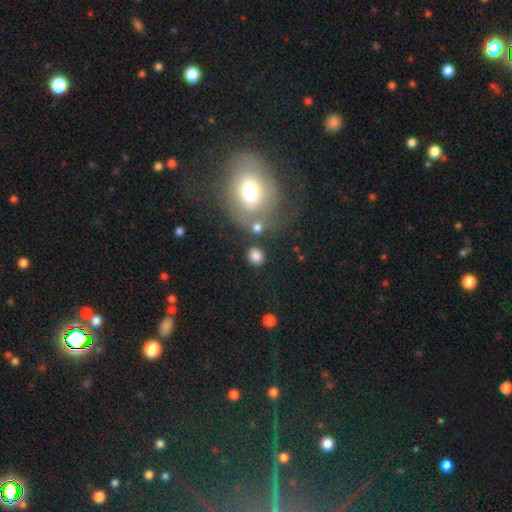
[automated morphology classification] Q: Smooth or featured?
A: smooth (82%); runner-up: star or artifact (10%)
Q: How rounded?
A: round (68%); runner-up: in between (31%)
Q: Merging?
A: none (75%); runner-up: minor disturbance (11%)